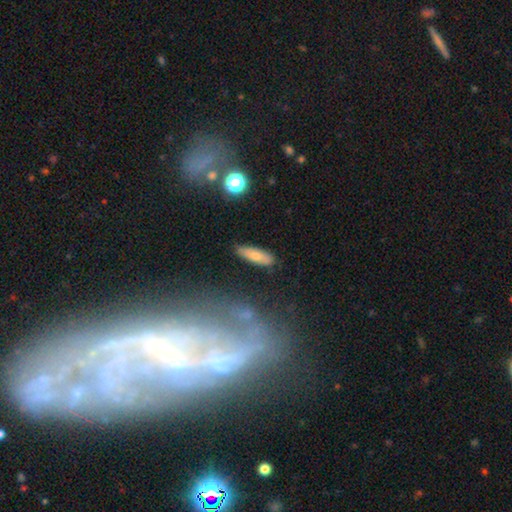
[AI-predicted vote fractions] This is likely a smooth galaxy (71%). How rounded: possibly in between (49%, tied with cigar-shaped). Merging: clearly none (82%).